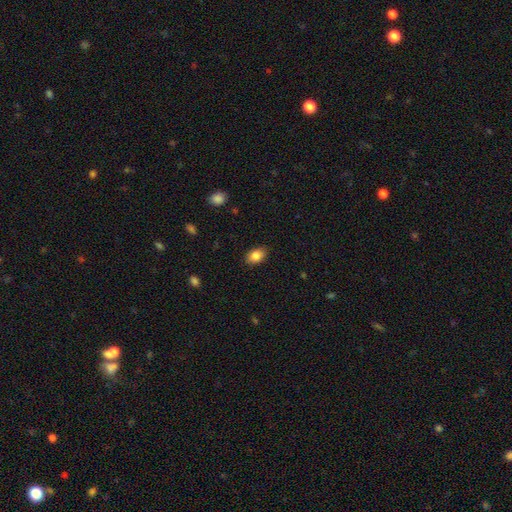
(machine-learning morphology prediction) This is clearly a smooth galaxy (85%). How rounded: clearly in between (86%). Merging: clearly none (87%).